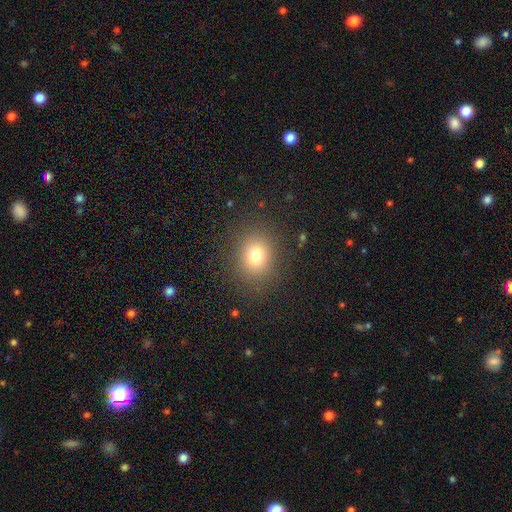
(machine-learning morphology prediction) A smooth galaxy with no disk features (75%) that is round (66%).

Vote fractions:
- Smooth or featured? smooth: 75% / star or artifact: 15% / featured or disk: 9%
- How rounded? round: 66% / in between: 33% / cigar-shaped: 1%
- Merging? none: 85% / minor disturbance: 9% / major disturbance: 5% / merger: 1%